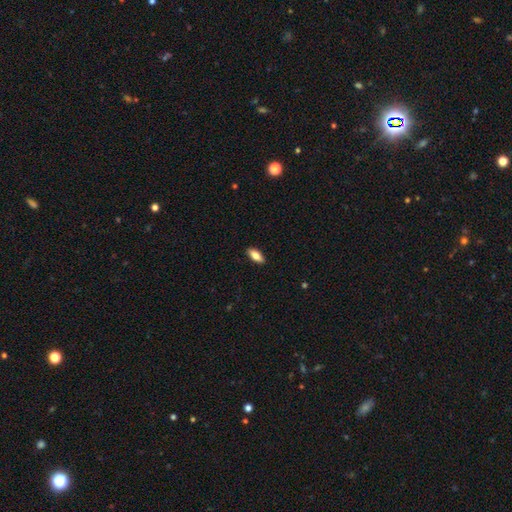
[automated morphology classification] Smooth or featured? Predicted: smooth (p=0.78). How rounded? Predicted: in between (p=0.80). Merging? Predicted: none (p=0.89).